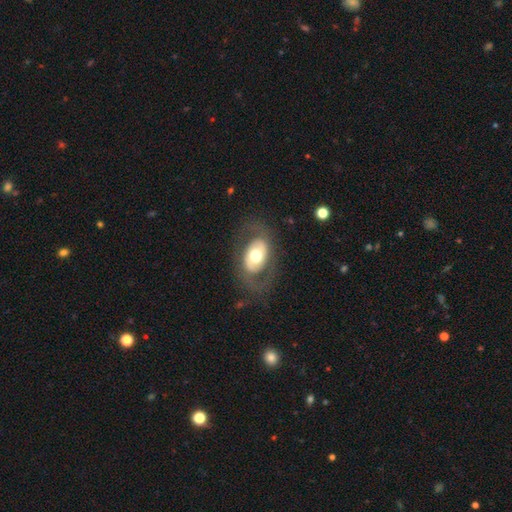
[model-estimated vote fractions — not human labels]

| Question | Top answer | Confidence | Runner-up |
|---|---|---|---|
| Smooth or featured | featured or disk | 54% | smooth (40%) |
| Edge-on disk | no | 93% | yes (7%) |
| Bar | no | 73% | weak (18%) |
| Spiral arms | no | 64% | yes (36%) |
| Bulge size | moderate | 61% | large (30%) |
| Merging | none | 72% | minor disturbance (14%) |